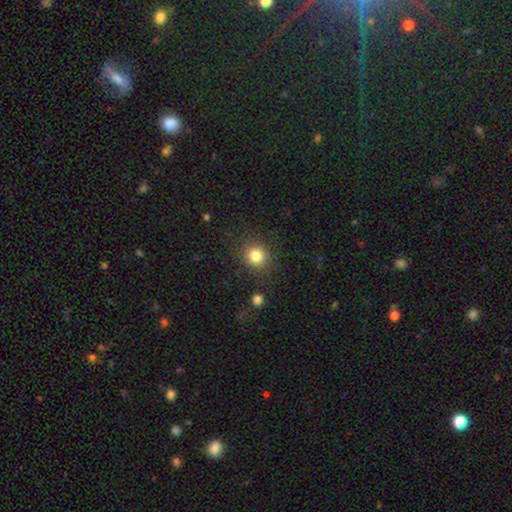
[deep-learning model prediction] Morphology: type=smooth (82%); roundness=round (84%); merging=none (85%).